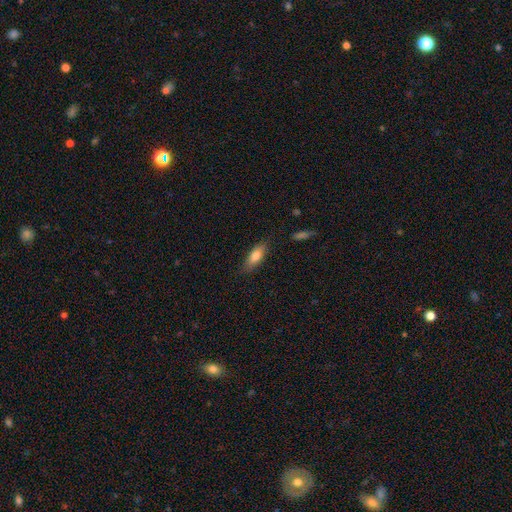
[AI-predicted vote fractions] This appears to be a smooth galaxy with no disk features (76%) that is in between round and cigar-shaped (65%). Merging: none (80%).